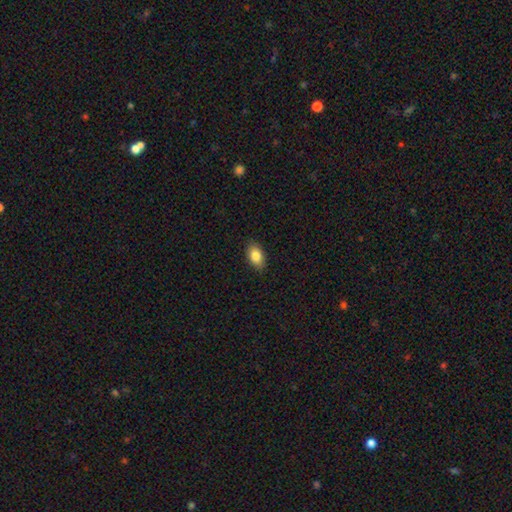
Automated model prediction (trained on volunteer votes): smooth-or-featured: smooth: 84% | featured or disk: 8% | star or artifact: 8%
  how-rounded: in between: 89% | round: 9% | cigar-shaped: 2%
  merging: none: 87% | minor disturbance: 10% | major disturbance: 2% | merger: 1%